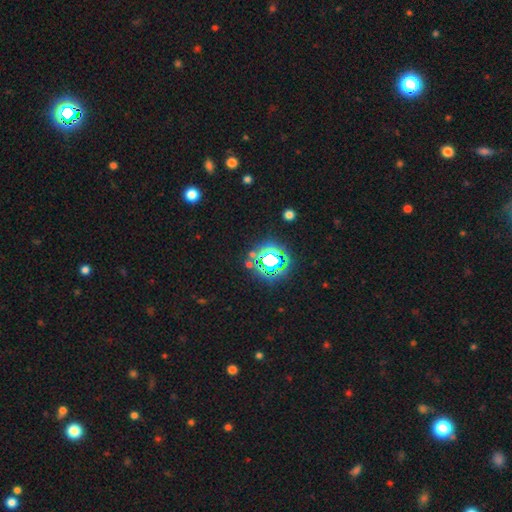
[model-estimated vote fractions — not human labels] A star or artifact, not a galaxy (76%).